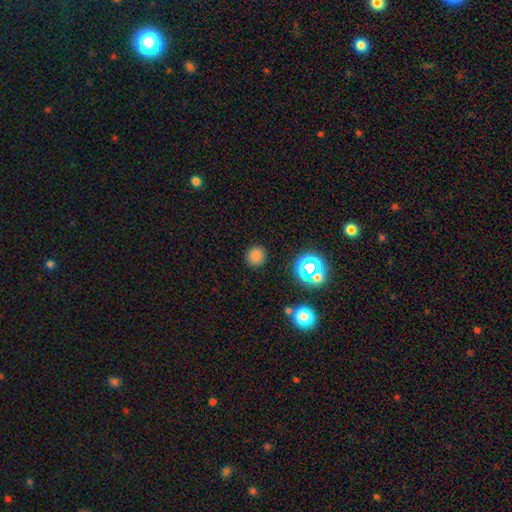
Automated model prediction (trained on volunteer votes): smooth-or-featured: smooth: 77% | star or artifact: 18% | featured or disk: 5%
  how-rounded: round: 91% | in between: 8% | cigar-shaped: 1%
  merging: none: 89% | minor disturbance: 7% | major disturbance: 3% | merger: 2%